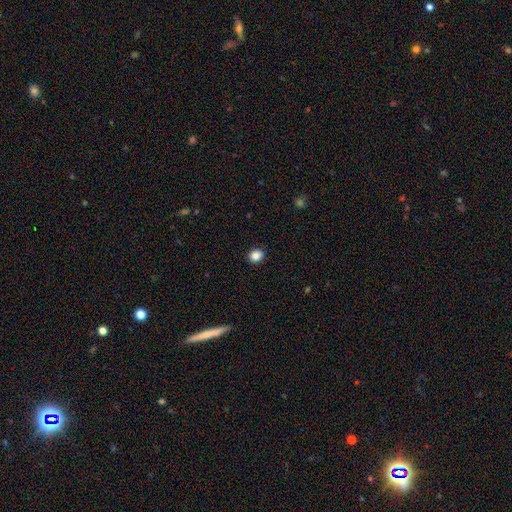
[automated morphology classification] Smooth or featured? smooth (87%)
How rounded? round (65%)
Merging? none (91%)